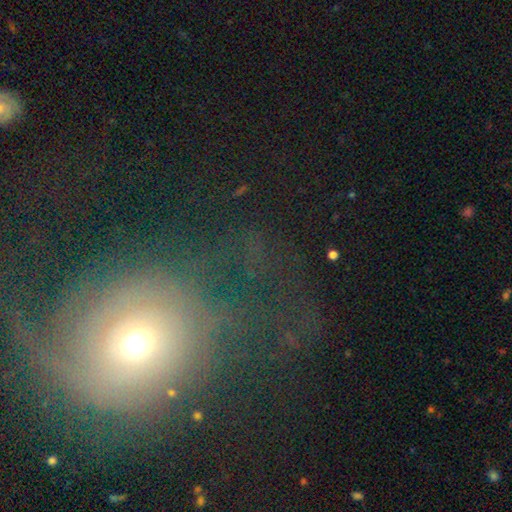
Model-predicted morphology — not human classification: type=smooth (38%); merging=none (49%).